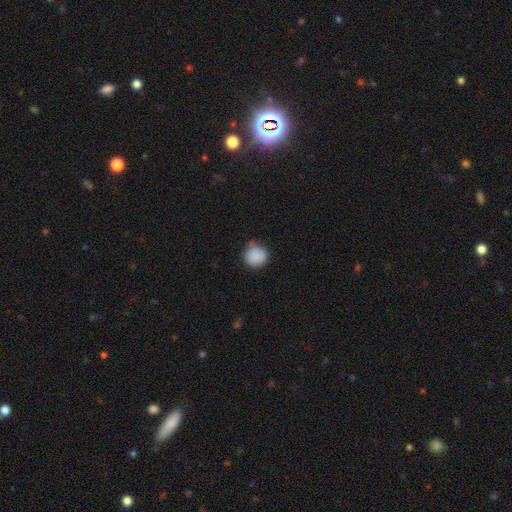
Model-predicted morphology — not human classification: The model was most divided on "merging": none: 68%, minor disturbance: 21%, merger: 6%, major disturbance: 5%. More confident: how rounded — round (87%); smooth or featured — smooth (87%).